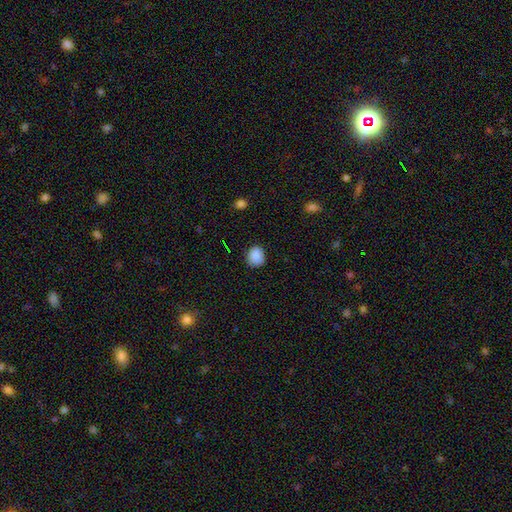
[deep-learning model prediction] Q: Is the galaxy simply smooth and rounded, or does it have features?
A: smooth — 88%.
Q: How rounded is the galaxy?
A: round — 67%.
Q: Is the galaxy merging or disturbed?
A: none — 82%.